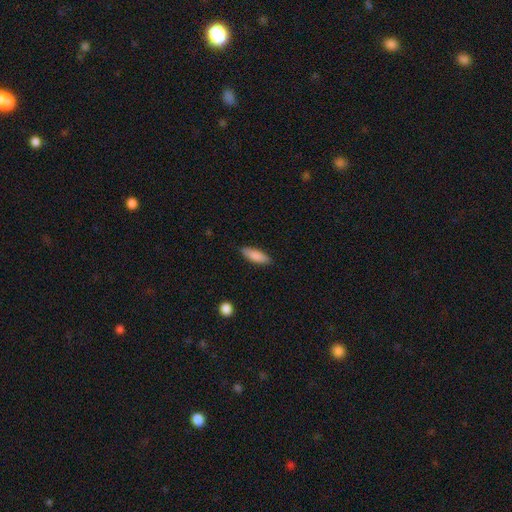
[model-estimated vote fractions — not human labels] This appears to be a smooth galaxy with no disk features (85%) that is in between round and cigar-shaped (51%). Merging: none (86%).